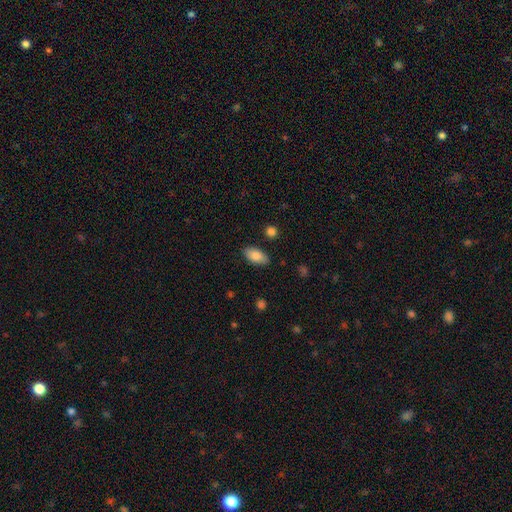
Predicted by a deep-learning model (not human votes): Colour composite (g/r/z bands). It shows a smooth galaxy with no disk features (84%) that is in between round and cigar-shaped (92%). Merging: none (84%).